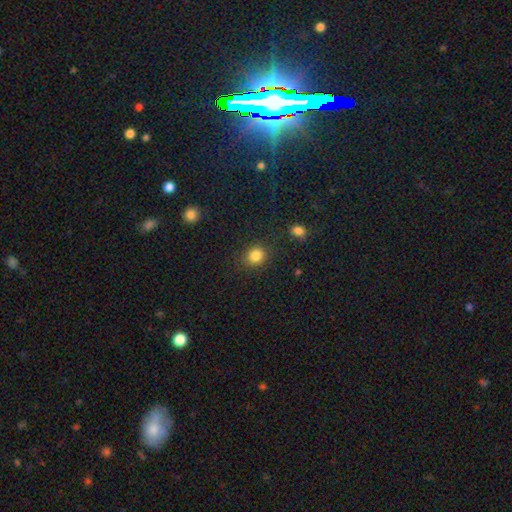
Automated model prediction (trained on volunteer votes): smooth-or-featured: smooth: 84% | star or artifact: 11% | featured or disk: 5%
  how-rounded: round: 70% | in between: 29% | cigar-shaped: 1%
  merging: none: 83% | minor disturbance: 11% | major disturbance: 4% | merger: 3%